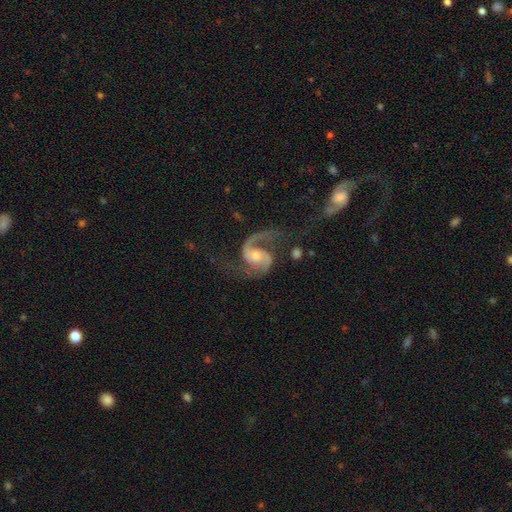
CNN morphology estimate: Smooth or featured? featured or disk (92%)
Edge-on disk? no (98%)
Bar? no (53%)
Spiral arms? yes (98%)
Spiral winding? medium (50%)
Spiral arm count? 2 (91%)
Bulge size? moderate (57%)
Merging? none (59%)